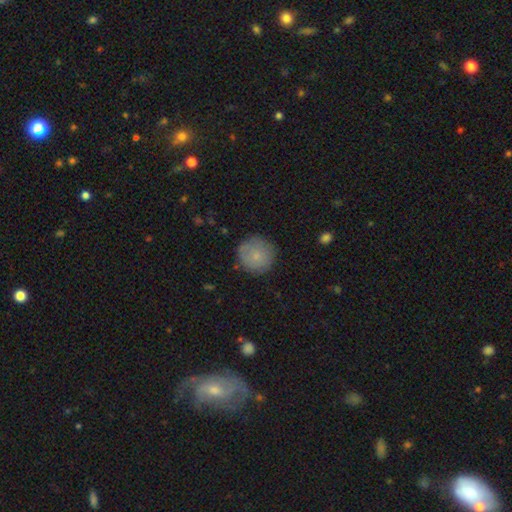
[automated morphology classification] This is likely a smooth galaxy (79%). How rounded: clearly round (94%). Merging: clearly none (82%).